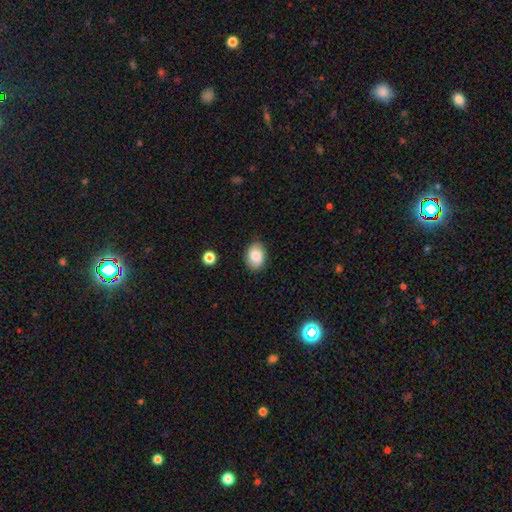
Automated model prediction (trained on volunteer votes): Q: Smooth or featured?
A: smooth (83%); runner-up: featured or disk (10%)
Q: How rounded?
A: in between (78%); runner-up: round (21%)
Q: Merging?
A: none (83%); runner-up: minor disturbance (13%)